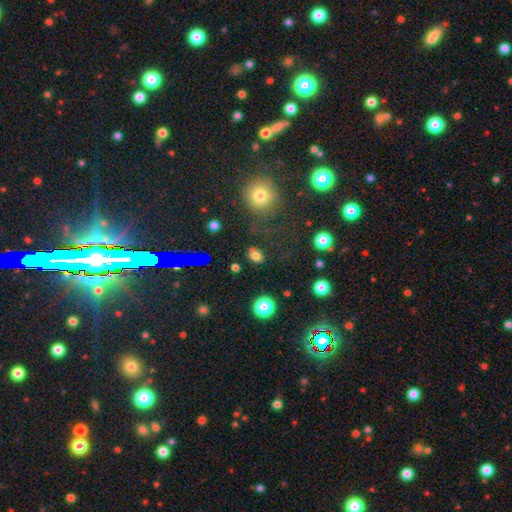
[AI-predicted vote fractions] Smooth or featured?
  - smooth: 75% *
  - star or artifact: 18%
  - featured or disk: 7%
How rounded?
  - in between: 49% * (tied)
  - round: 49% * (tied)
  - cigar-shaped: 2%
Merging?
  - none: 77% *
  - minor disturbance: 13%
  - major disturbance: 6%
  - merger: 4%